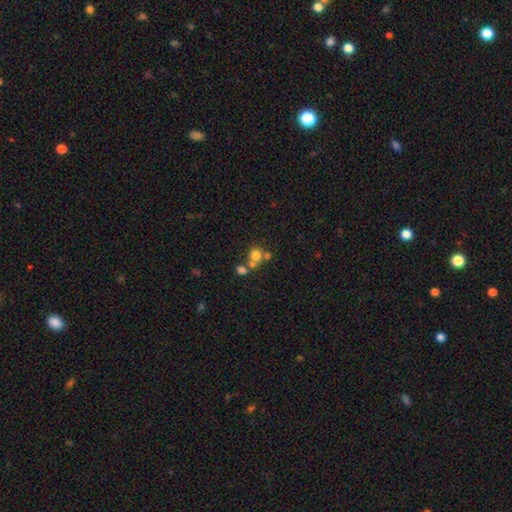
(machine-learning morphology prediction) The model was most divided on "merging": none: 47%, merger: 42%, minor disturbance: 7%, major disturbance: 4%. More confident: how rounded — round (84%); smooth or featured — smooth (69%).